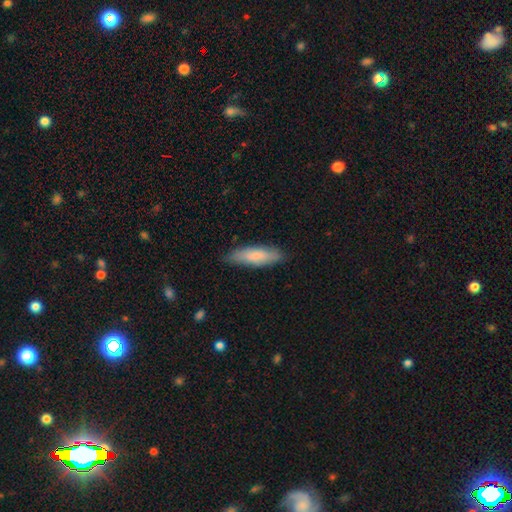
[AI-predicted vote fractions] Overall: smooth (78%). How rounded: cigar-shaped (58%; in between 40%). Merging: none (81%).